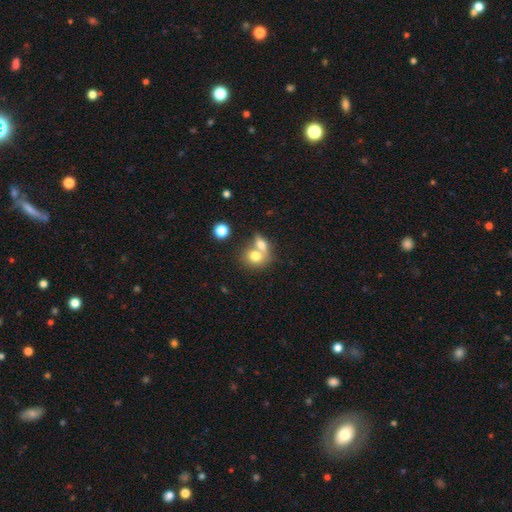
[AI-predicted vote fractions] smooth 74%, featured or disk 17%, star or artifact 9%. Down the decision tree: how rounded — round (53%); merging — merger (61%).